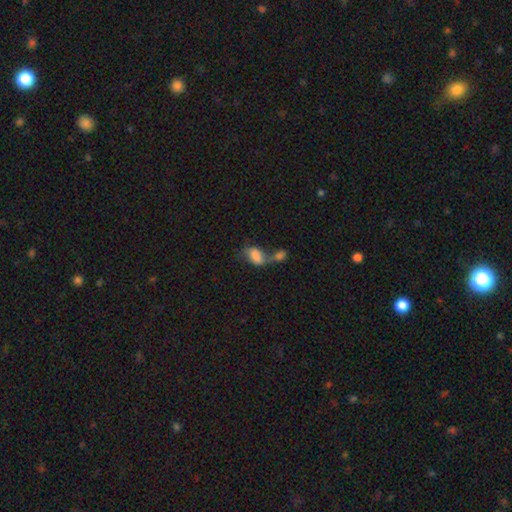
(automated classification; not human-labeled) This is likely a smooth galaxy (69%). How rounded: clearly in between (85%). Merging: likely merger (66%).